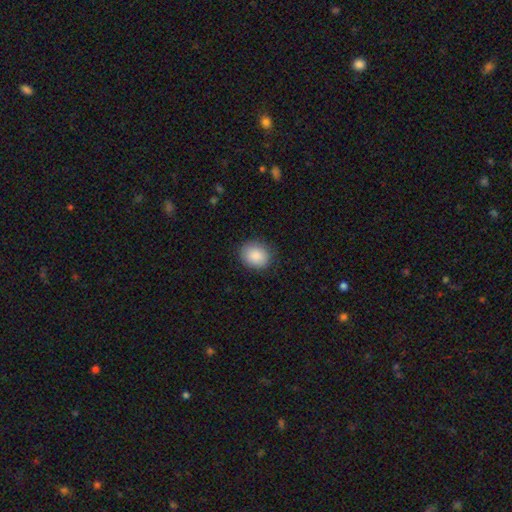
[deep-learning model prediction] Smooth or featured? smooth (89%)
How rounded? round (64%)
Merging? none (86%)